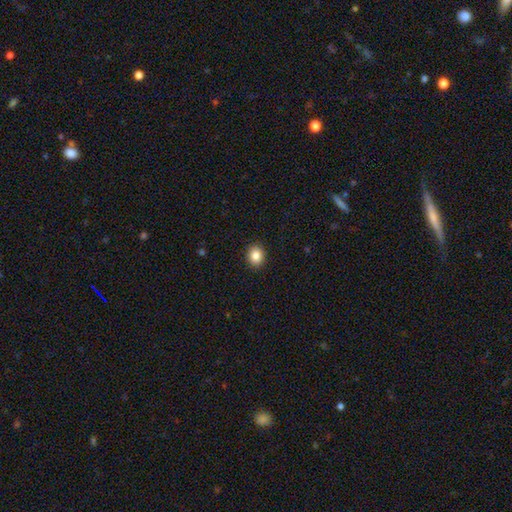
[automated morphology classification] Q: Smooth or featured?
A: smooth (86%); runner-up: star or artifact (9%)
Q: How rounded?
A: round (58%); runner-up: in between (42%)
Q: Merging?
A: none (91%); runner-up: minor disturbance (6%)